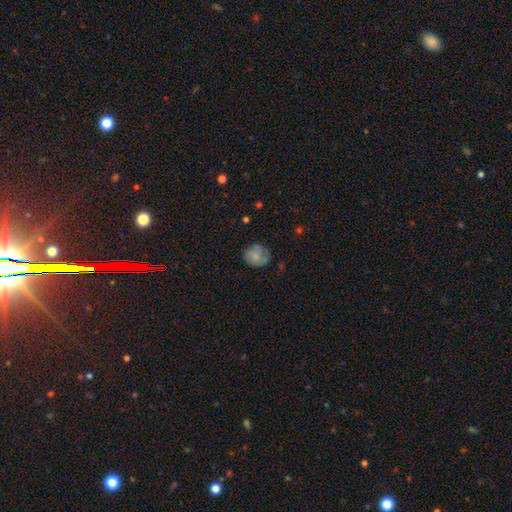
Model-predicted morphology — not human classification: The model was most divided on "merging": none: 65%, minor disturbance: 25%, major disturbance: 9%, merger: 2%. More confident: how rounded — round (76%); smooth or featured — smooth (73%).